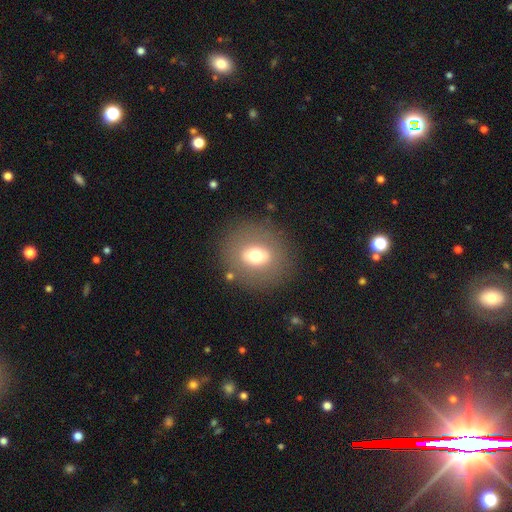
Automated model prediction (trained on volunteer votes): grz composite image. It shows a smooth galaxy with no disk features (61%) that is round (73%). Merging: none (85%).